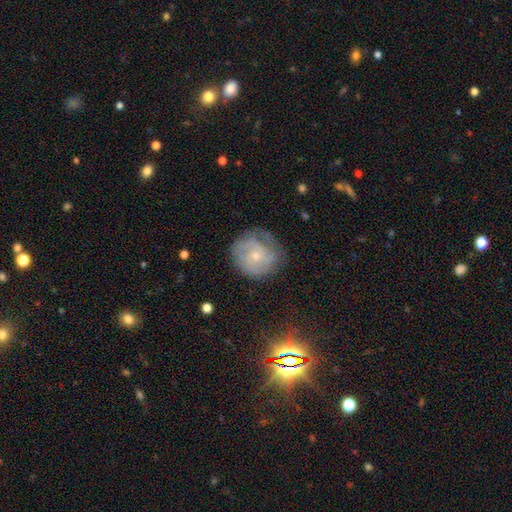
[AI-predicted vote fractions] Smooth or featured? featured or disk (64%)
Edge-on disk? no (97%)
Bar? no (73%)
Spiral arms? yes (82%)
Spiral winding? tight (55%)
Spiral arm count? can't tell (41%)
Bulge size? small (70%)
Merging? none (65%)